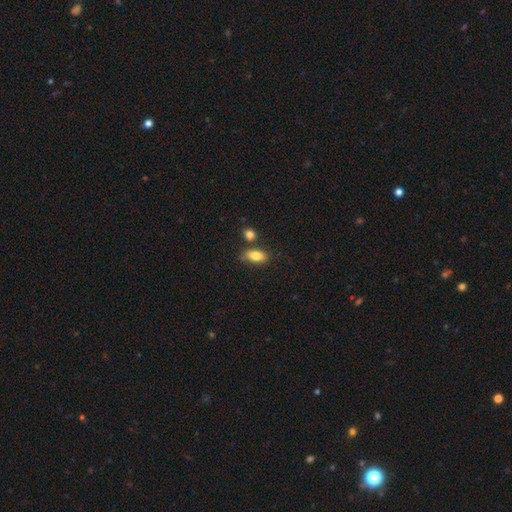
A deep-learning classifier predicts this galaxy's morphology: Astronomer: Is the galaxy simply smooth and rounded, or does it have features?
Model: smooth — 80%.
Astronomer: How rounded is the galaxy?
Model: in between — 87%.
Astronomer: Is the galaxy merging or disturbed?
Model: none — 68%.